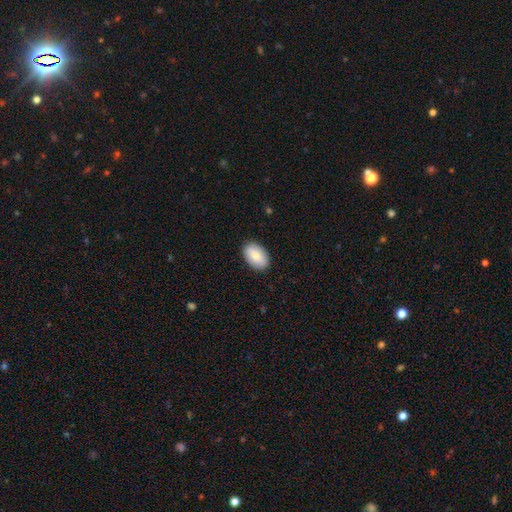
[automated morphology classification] Smooth or featured? Predicted: smooth (p=0.80). How rounded? Predicted: in between (p=0.92). Merging? Predicted: none (p=0.88).